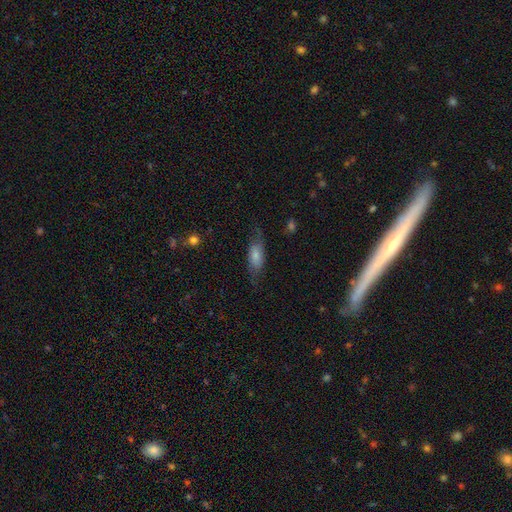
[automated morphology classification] A smooth galaxy with no disk features (65%) that is in between round and cigar-shaped (77%).

Vote fractions:
- Smooth or featured? smooth: 65% / featured or disk: 28% / star or artifact: 7%
- How rounded? in between: 77% / cigar-shaped: 20% / round: 3%
- Merging? none: 62% / minor disturbance: 24% / major disturbance: 12% / merger: 2%